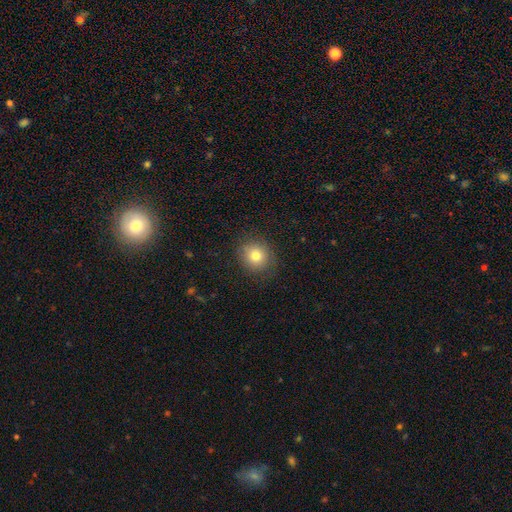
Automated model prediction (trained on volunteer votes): A smooth galaxy with no disk features (78%) that is round (87%). Merging: none (86%).